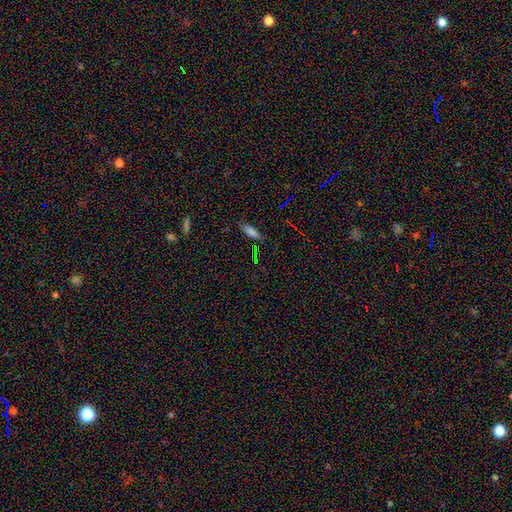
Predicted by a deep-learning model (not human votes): The model was most divided on "how rounded": cigar-shaped: 45%, in between: 42%, round: 12%. More confident: merging — none (83%); smooth or featured — smooth (50%).